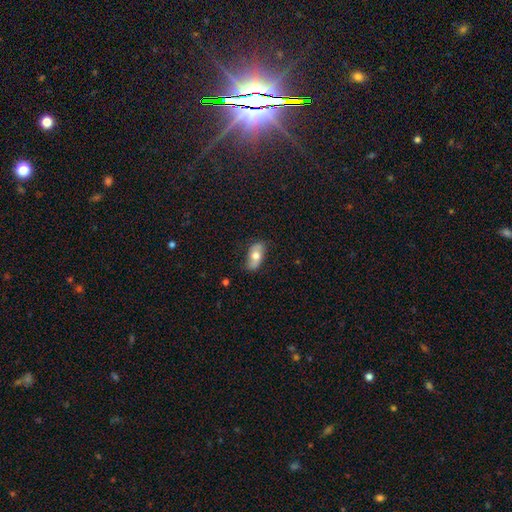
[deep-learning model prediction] Q: Smooth or featured?
A: smooth (61%); runner-up: featured or disk (33%)
Q: How rounded?
A: in between (90%); runner-up: cigar-shaped (5%)
Q: Merging?
A: none (79%); runner-up: minor disturbance (16%)